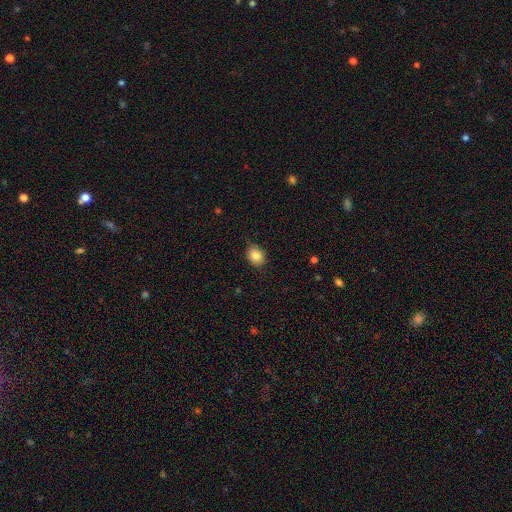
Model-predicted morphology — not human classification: smooth_or_featured: smooth (p=0.84) [alt: star or artifact p=0.09]
how_rounded: in between (p=0.57) [alt: round p=0.42]
merging: none (p=0.84) [alt: minor disturbance p=0.13]